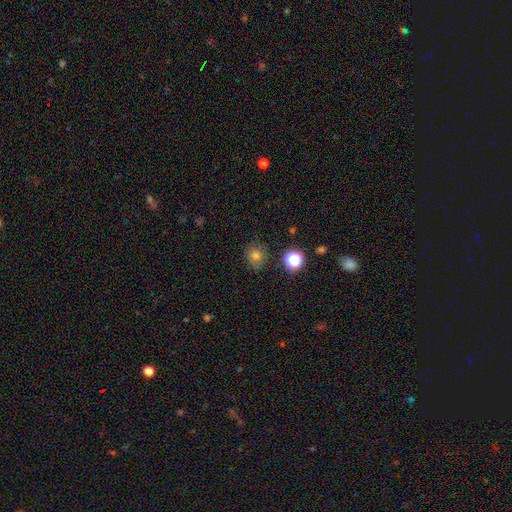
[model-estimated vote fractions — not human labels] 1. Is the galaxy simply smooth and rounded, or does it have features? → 73% smooth, 19% star or artifact, 7% featured or disk.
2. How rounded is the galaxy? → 85% round, 14% in between, 1% cigar-shaped.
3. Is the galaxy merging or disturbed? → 84% none, 11% minor disturbance, 3% major disturbance, 3% merger.